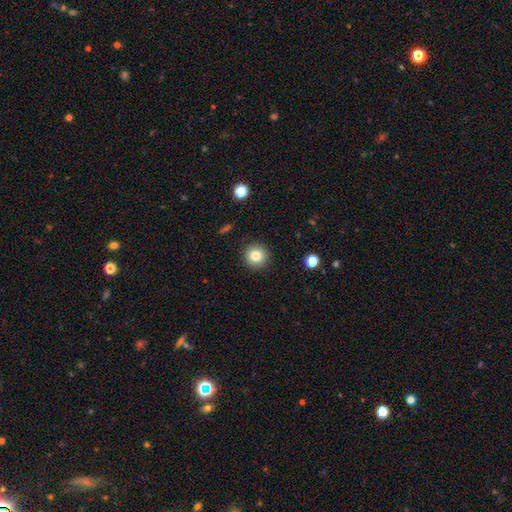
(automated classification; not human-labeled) Smooth or featured?
  - smooth: 81% *
  - star or artifact: 11%
  - featured or disk: 8%
How rounded?
  - round: 95% *
  - in between: 4%
  - cigar-shaped: 1%
Merging?
  - none: 92% *
  - minor disturbance: 5%
  - major disturbance: 2%
  - merger: 1%